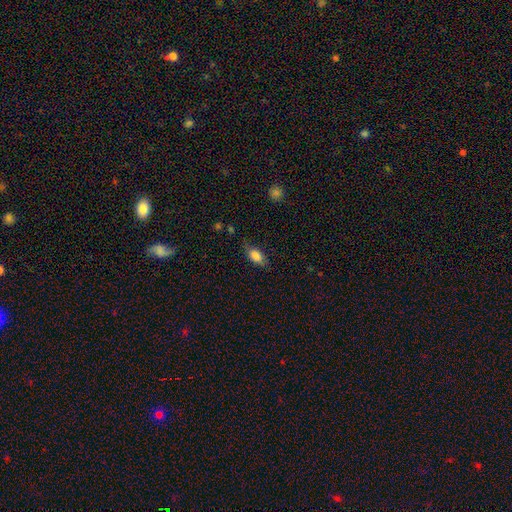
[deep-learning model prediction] Smooth or featured? smooth (83%)
How rounded? in between (88%)
Merging? none (72%)